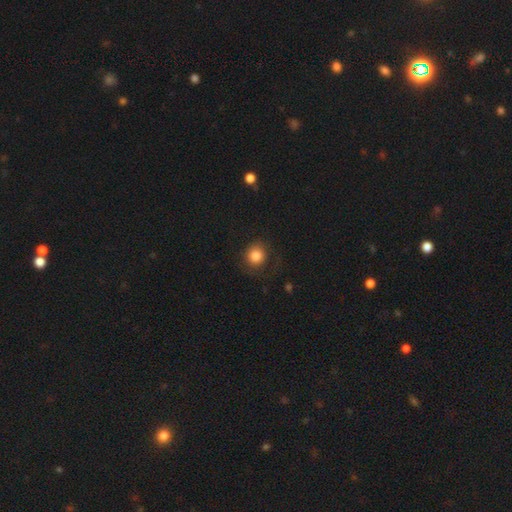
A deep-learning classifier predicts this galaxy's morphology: type=smooth (83%); roundness=round (86%); merging=none (73%).